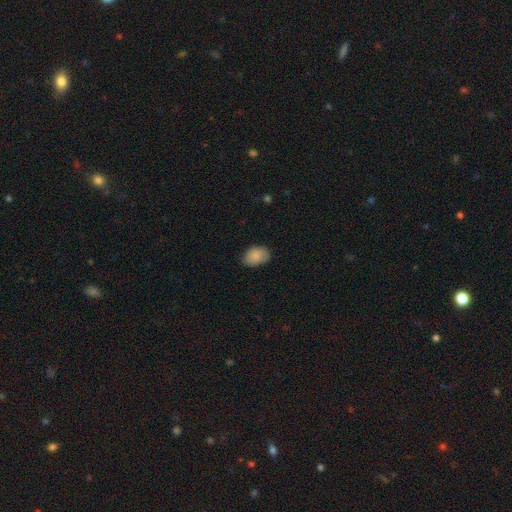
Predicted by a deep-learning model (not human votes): The model was most divided on "how rounded": in between: 80%, round: 19%, cigar-shaped: 1%. More confident: smooth or featured — smooth (87%); merging — none (79%).